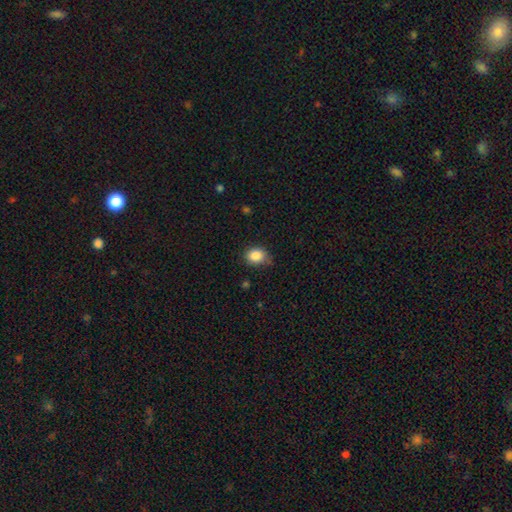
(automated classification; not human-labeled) Smooth or featured?
  - smooth: 86% *
  - star or artifact: 9%
  - featured or disk: 5%
How rounded?
  - in between: 50% *
  - round: 49%
  - cigar-shaped: 1%
Merging?
  - none: 68% *
  - minor disturbance: 25%
  - major disturbance: 5%
  - merger: 2%